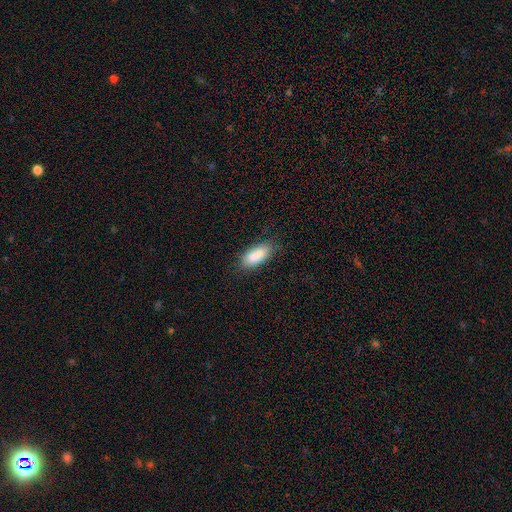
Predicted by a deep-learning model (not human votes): smooth_or_featured: smooth (p=0.88) [alt: star or artifact p=0.07]
how_rounded: in between (p=0.82) [alt: cigar-shaped p=0.15]
merging: none (p=0.80) [alt: minor disturbance p=0.15]